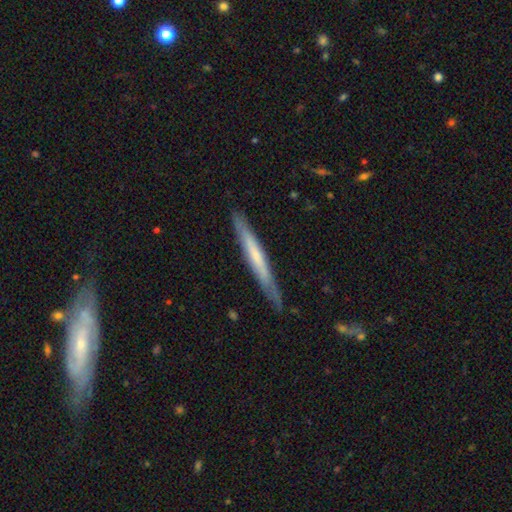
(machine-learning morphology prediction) This is possibly a featured or disk galaxy (50%). It is clearly viewed edge-on (92%). Merging: clearly none (85%).